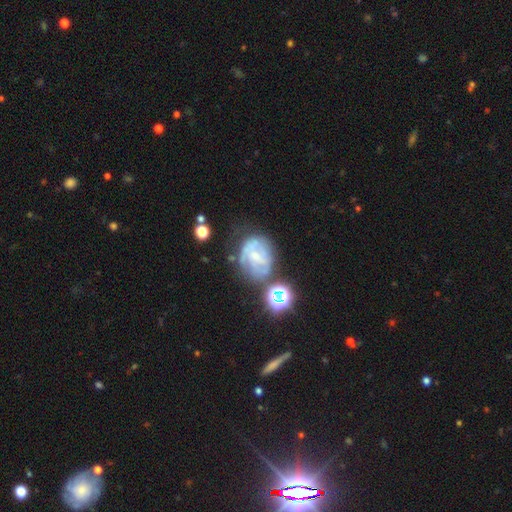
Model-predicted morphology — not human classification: This is likely a featured or disk galaxy (64%). It is clearly not viewed edge-on (97%). Bar: possibly no (53%). Spiral arm pattern: likely yes (69%). Central bulge: likely small (64%). Merging: possibly none (45%).